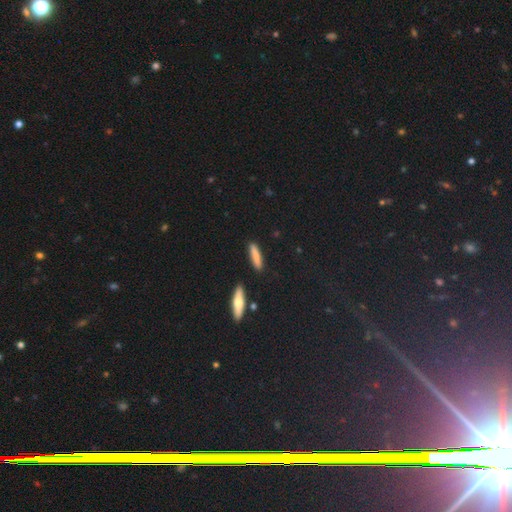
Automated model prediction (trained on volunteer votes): Smooth or featured: smooth — 81% (featured or disk — 13%)
How rounded: cigar-shaped — 83% (in between — 15%)
Merging: none — 88% (minor disturbance — 8%)